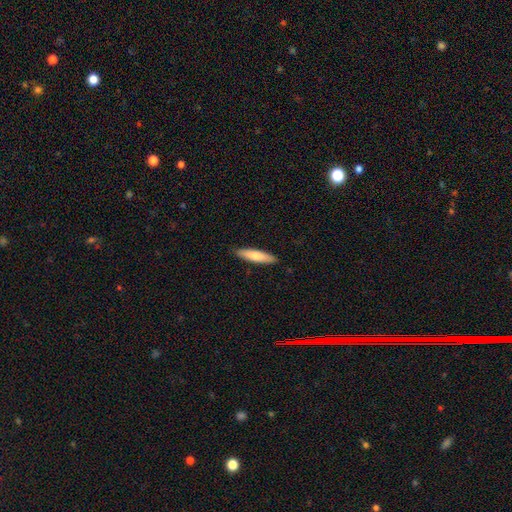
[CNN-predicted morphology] The model was most divided on "smooth or featured": smooth: 74%, featured or disk: 21%, star or artifact: 5%. More confident: merging — none (89%); how rounded — cigar-shaped (78%).